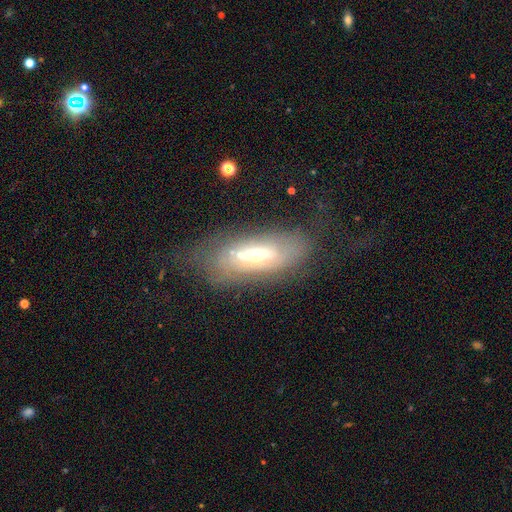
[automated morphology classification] type=featured or disk (60%); edge-on=no (73%); merging=none (55%).